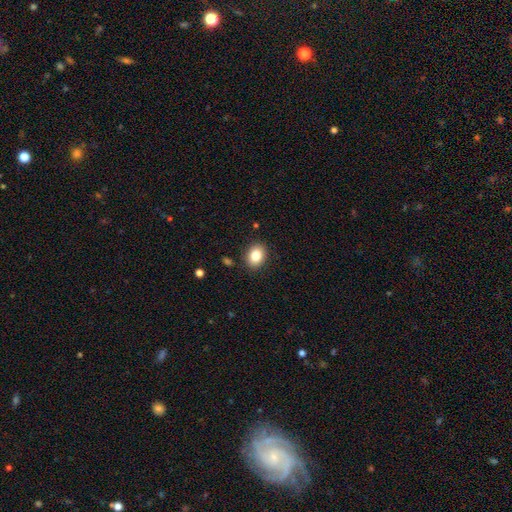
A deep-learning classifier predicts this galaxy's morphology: smooth_or_featured: smooth (p=0.83) [alt: star or artifact p=0.09]
how_rounded: in between (p=0.58) [alt: round p=0.41]
merging: none (p=0.88) [alt: minor disturbance p=0.08]